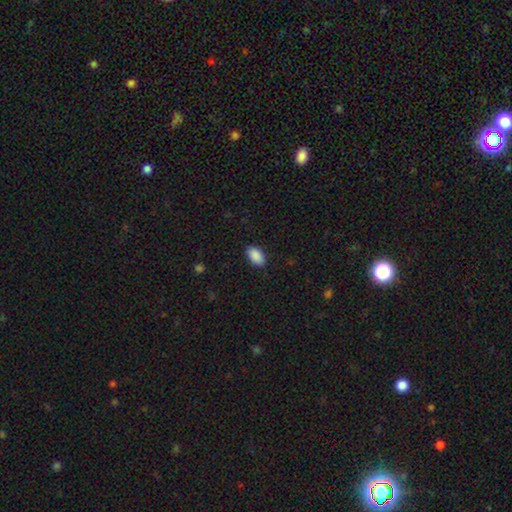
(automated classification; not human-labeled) Smooth or featured?
  - smooth: 90% *
  - star or artifact: 7%
  - featured or disk: 3%
How rounded?
  - in between: 94% *
  - round: 4%
  - cigar-shaped: 2%
Merging?
  - none: 88% *
  - minor disturbance: 9%
  - major disturbance: 2%
  - merger: 1%